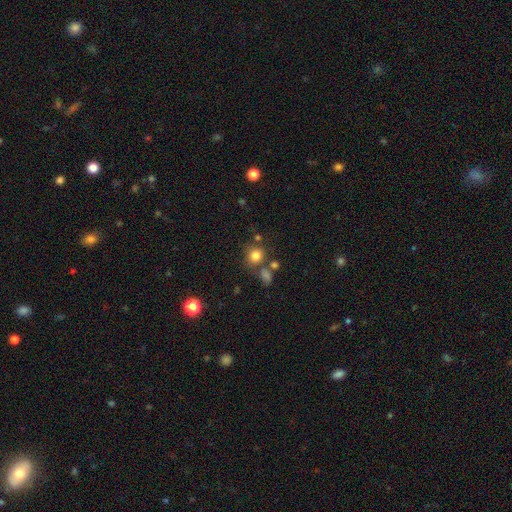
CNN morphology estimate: Overall: smooth (79%). How rounded: round (81%). Merging: none (68%).